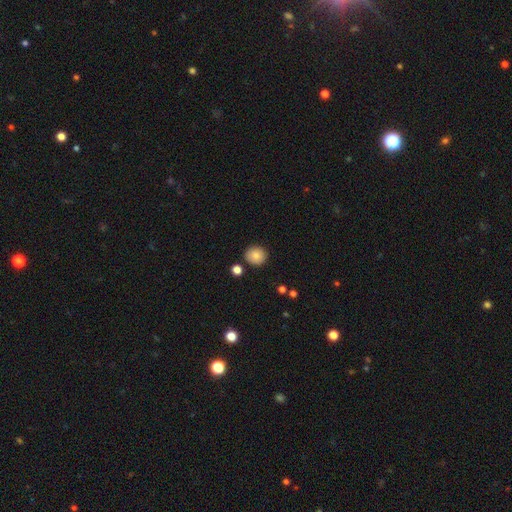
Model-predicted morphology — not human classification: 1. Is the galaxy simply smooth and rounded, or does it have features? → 84% smooth, 9% star or artifact, 7% featured or disk.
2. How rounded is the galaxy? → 88% round, 11% in between, 1% cigar-shaped.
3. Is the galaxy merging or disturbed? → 87% none, 8% minor disturbance, 3% merger, 2% major disturbance.